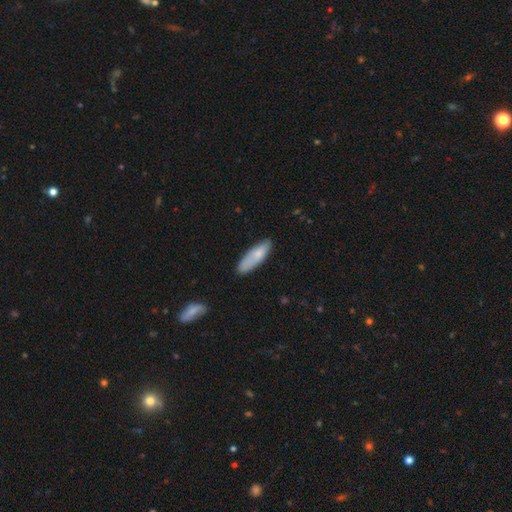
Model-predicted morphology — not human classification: smooth_or_featured: smooth (p=0.77) [alt: featured or disk p=0.17]
how_rounded: cigar-shaped (p=0.55) [alt: in between p=0.43]
merging: none (p=0.75) [alt: minor disturbance p=0.20]